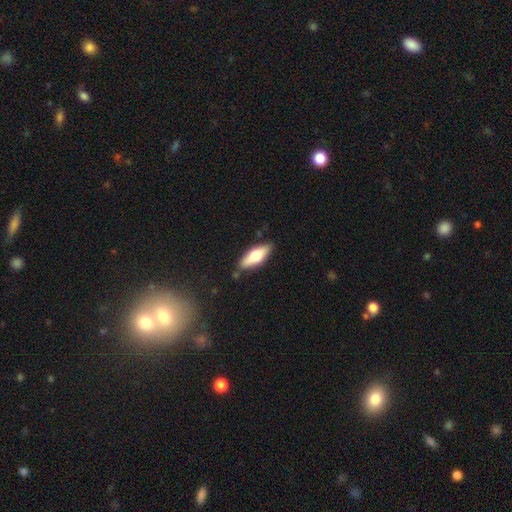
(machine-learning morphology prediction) This is possibly a smooth galaxy (57%). How rounded: likely in between (62%). Merging: clearly none (84%).